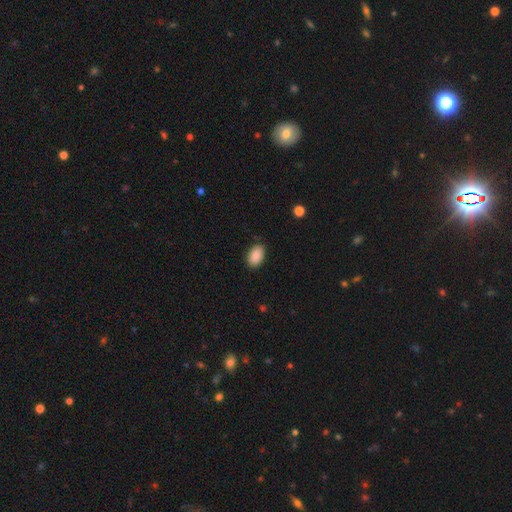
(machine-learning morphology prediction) smooth 88%, star or artifact 7%, featured or disk 5%. Down the decision tree: how rounded — in between (91%); merging — none (86%).